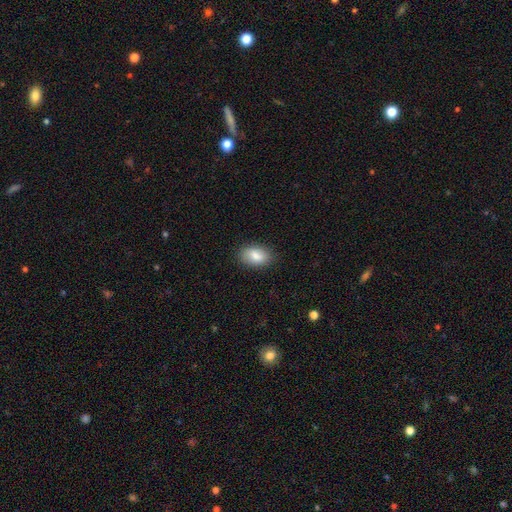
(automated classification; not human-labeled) Overall: smooth (85%). How rounded: in between (91%). Merging: none (85%).